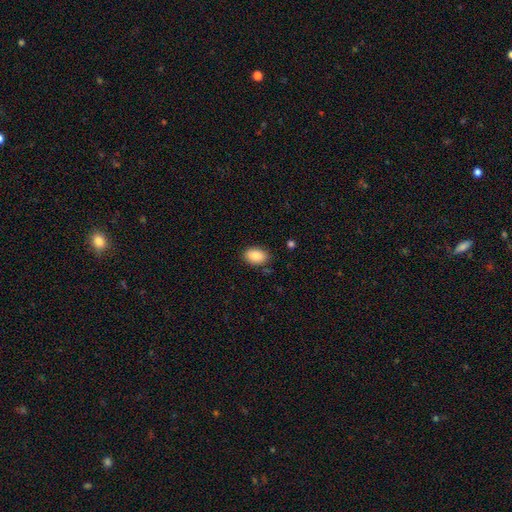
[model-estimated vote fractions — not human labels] Smooth or featured? smooth (87%)
How rounded? in between (88%)
Merging? none (84%)